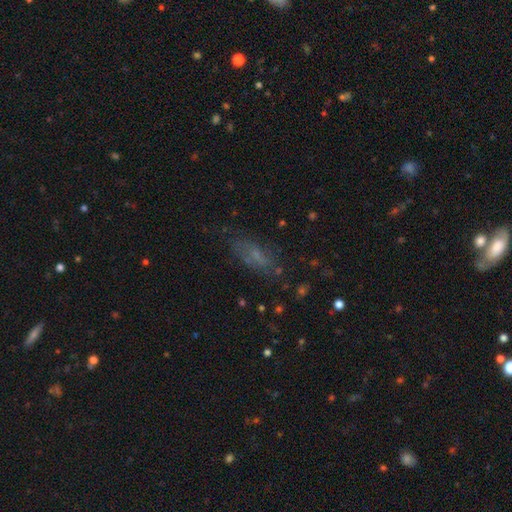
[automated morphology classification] smooth_or_featured: smooth (p=0.53) [alt: featured or disk p=0.30]
how_rounded: in between (p=0.67) [alt: cigar-shaped p=0.29]
merging: none (p=0.62) [alt: minor disturbance p=0.22]